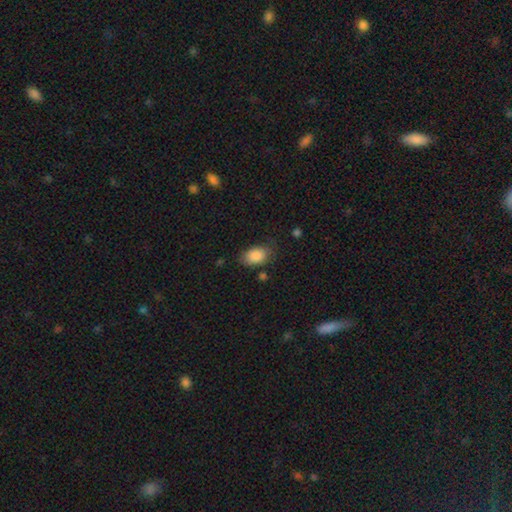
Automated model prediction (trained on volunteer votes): Smooth or featured? smooth (87%)
How rounded? in between (89%)
Merging? none (70%)